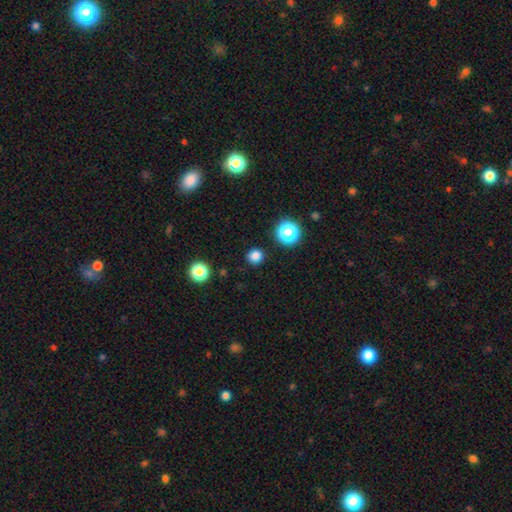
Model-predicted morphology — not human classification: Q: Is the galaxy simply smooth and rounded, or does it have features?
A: smooth — 81%.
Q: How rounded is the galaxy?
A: round — 90%.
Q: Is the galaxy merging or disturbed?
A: none — 90%.